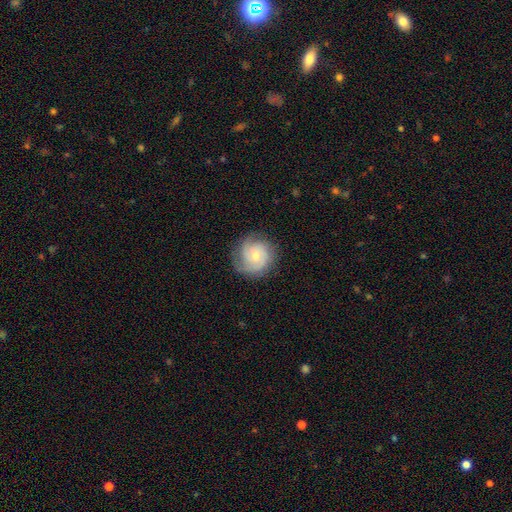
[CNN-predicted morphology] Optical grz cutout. It shows a featured or disk galaxy (71%) with no bar (72%), 3 (35%) tight (58%) spiral arms (94%) and a small central bulge (52%). Merging: none (79%).